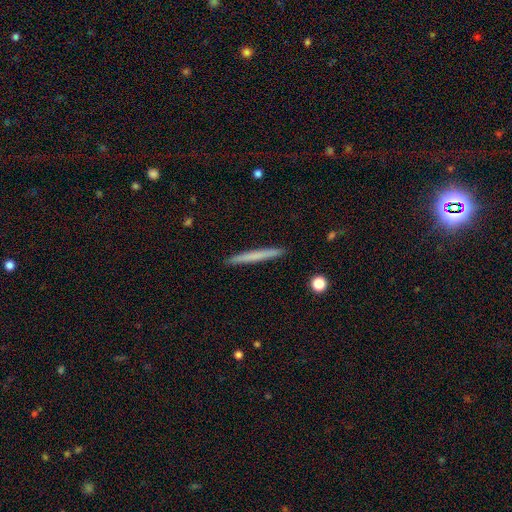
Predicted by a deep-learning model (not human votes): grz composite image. It shows a smooth galaxy with no disk features (64%) that is cigar-shaped (97%). Merging: none (92%).